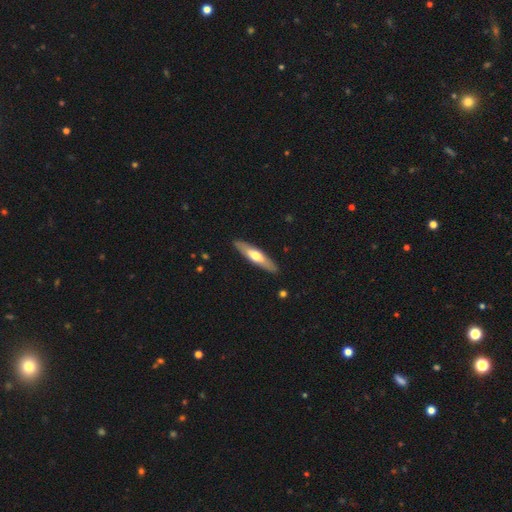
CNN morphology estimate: This appears to be a smooth galaxy with no disk features (49%). Merging: none (90%).